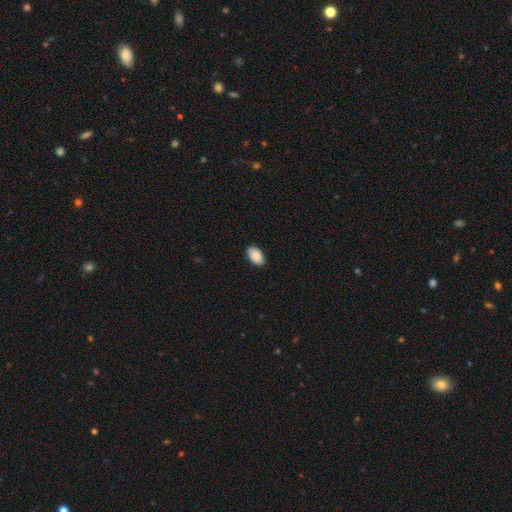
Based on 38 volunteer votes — This is clearly a smooth galaxy (92%). How rounded: clearly in between (89%). Merging: clearly none (92%).